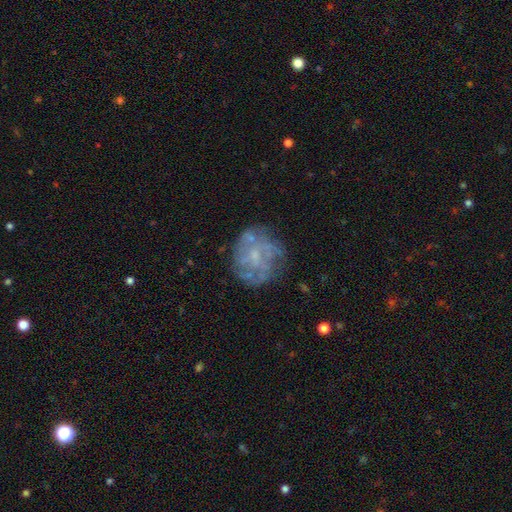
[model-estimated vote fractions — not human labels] Overall: featured or disk (70%). Edge-on disk: no (98%). Bar: no (72%). Spiral arms: yes (56%; no 44%). Bulge size: small (46%; moderate 26%). Merging: none (66%).